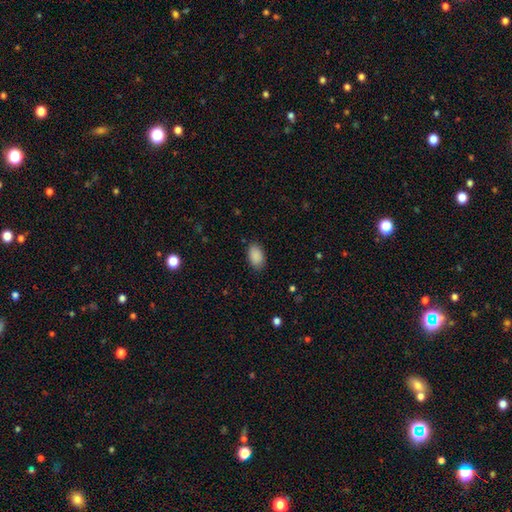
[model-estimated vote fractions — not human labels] Morphology: type=smooth (90%); roundness=in between (92%); merging=none (86%).